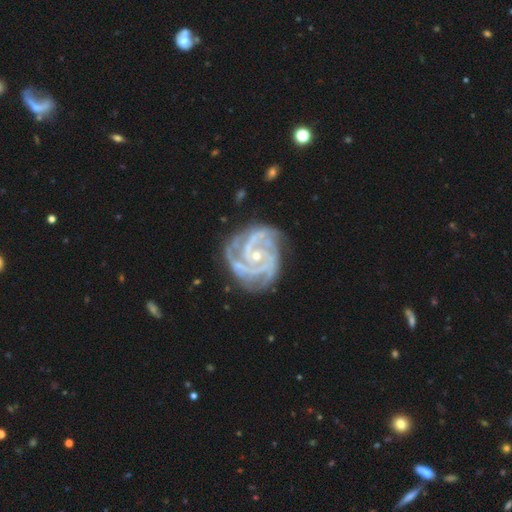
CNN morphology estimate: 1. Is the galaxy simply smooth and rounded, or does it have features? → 93% featured or disk, 4% star or artifact, 3% smooth.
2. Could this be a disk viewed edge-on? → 98% no, 2% yes.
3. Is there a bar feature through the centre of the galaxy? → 62% no, 27% weak, 11% strong.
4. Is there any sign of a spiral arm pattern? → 99% yes, 1% no.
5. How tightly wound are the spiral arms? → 67% tight, 30% medium, 3% loose.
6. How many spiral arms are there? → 47% 3, 20% 4, 13% 2, 8% can't tell, 6% more than 4, 6% 1.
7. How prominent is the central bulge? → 71% small, 26% moderate, 1% none, 1% large, 1% dominant.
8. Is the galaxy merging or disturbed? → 71% none, 20% minor disturbance, 7% major disturbance, 2% merger.